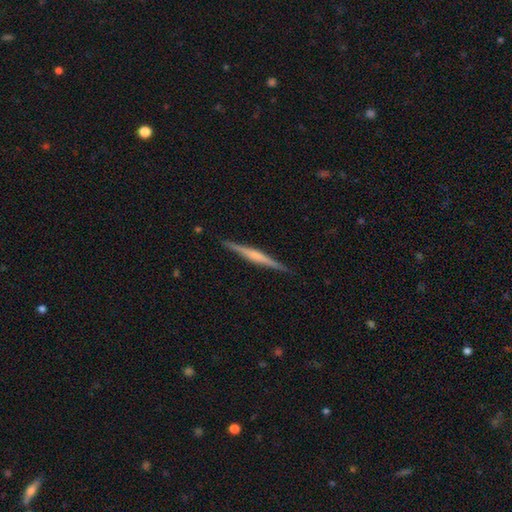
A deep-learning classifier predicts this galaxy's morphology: Overall: featured or disk (70%). Edge-on disk: yes (98%). Edge-on bulge: rounded (45%; none 31%). Merging: none (91%).